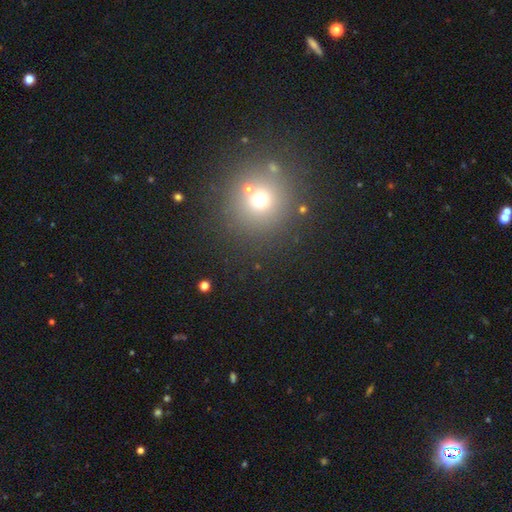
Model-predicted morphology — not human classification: The model was most divided on "smooth or featured": smooth: 52%, star or artifact: 38%, featured or disk: 10%. More confident: how rounded — round (91%); merging — none (79%).